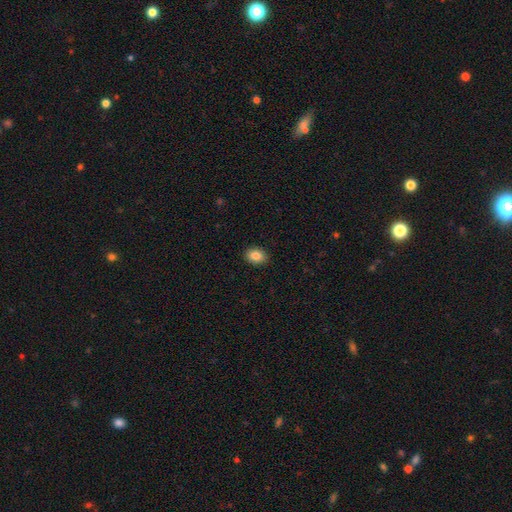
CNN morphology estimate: smooth 86%, star or artifact 9%, featured or disk 5%. Down the decision tree: how rounded — in between (69%); merging — none (90%).